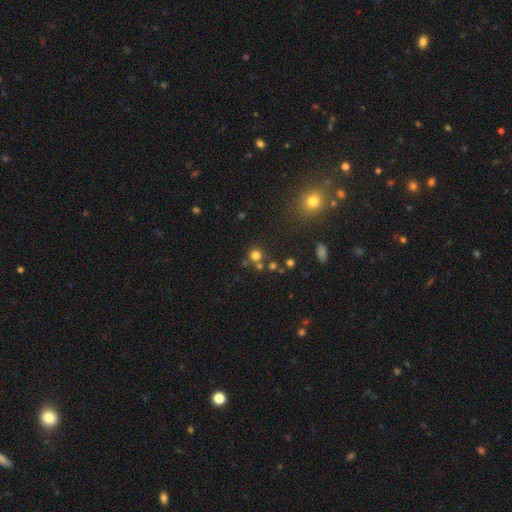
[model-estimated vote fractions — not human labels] smooth-or-featured: smooth: 73% | star or artifact: 20% | featured or disk: 8%
  how-rounded: round: 91% | in between: 8% | cigar-shaped: 1%
  merging: none: 68% | merger: 20% | minor disturbance: 8% | major disturbance: 3%